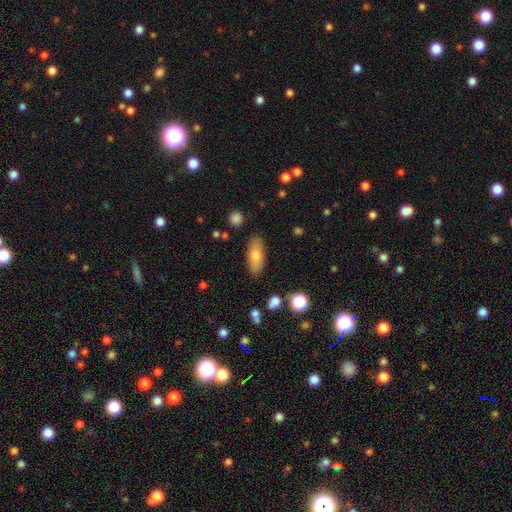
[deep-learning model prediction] A smooth galaxy with no disk features (75%) that is in between round and cigar-shaped (74%). Merging: none (84%).